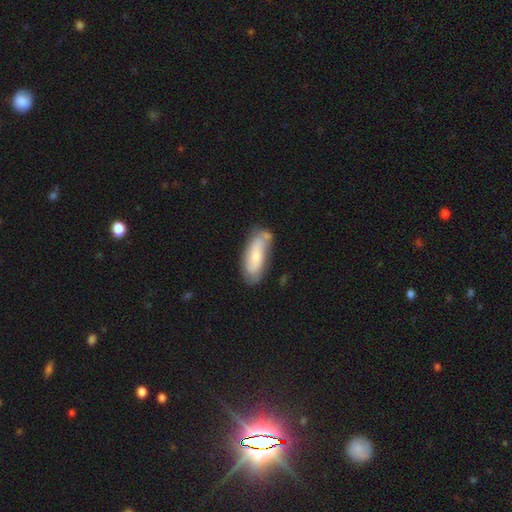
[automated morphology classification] Smooth or featured? Predicted: smooth (p=0.57). How rounded? Predicted: in between (p=0.69). Merging? Predicted: none (p=0.58).